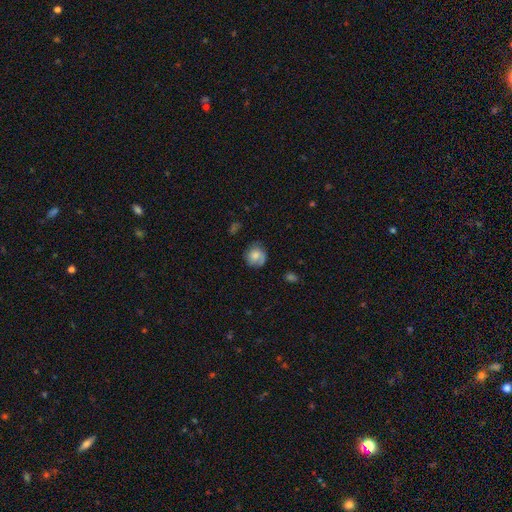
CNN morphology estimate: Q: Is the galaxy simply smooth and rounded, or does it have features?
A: smooth — 65%.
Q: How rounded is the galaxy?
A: round — 80%.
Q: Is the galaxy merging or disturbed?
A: none — 61%.